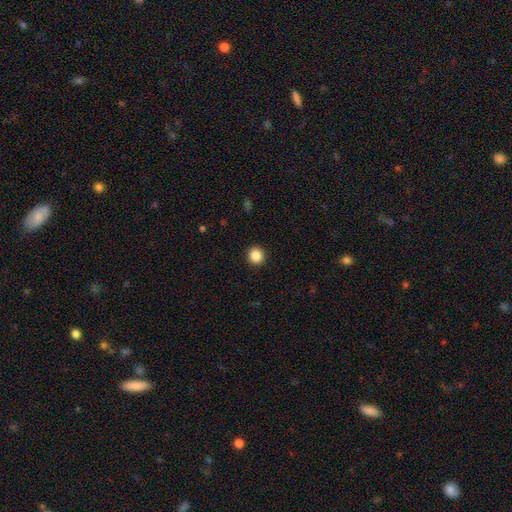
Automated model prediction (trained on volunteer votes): Smooth or featured: smooth — 86% (star or artifact — 10%)
How rounded: round — 94% (in between — 5%)
Merging: none — 93% (minor disturbance — 4%)